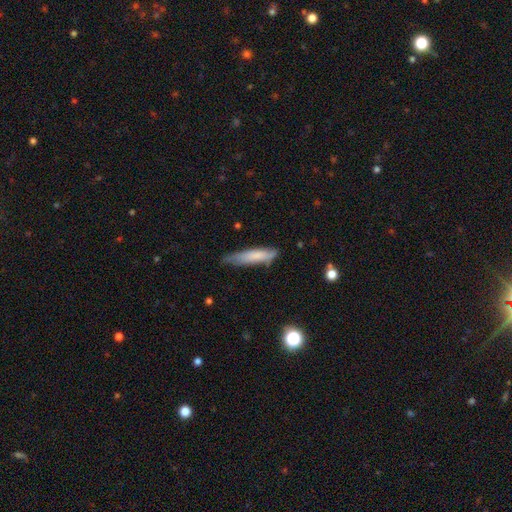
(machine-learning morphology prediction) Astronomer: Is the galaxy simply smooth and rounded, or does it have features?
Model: smooth — 75%.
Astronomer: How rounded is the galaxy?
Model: cigar-shaped — 80%.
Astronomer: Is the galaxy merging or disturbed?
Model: none — 60%.